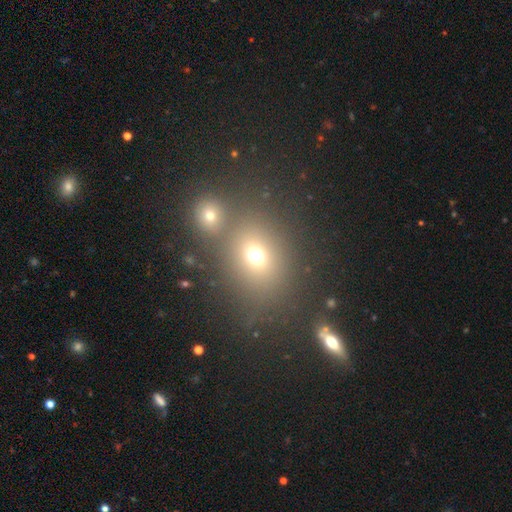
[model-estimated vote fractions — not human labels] This appears to be a smooth galaxy with no disk features (69%) that is round (56%). Merging: none (53%).